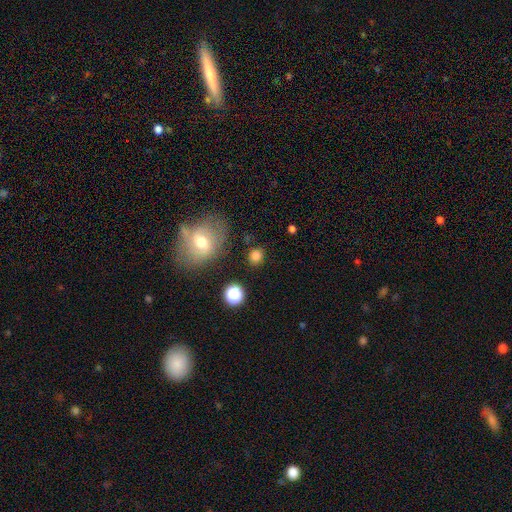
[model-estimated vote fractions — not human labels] A smooth galaxy with no disk features (79%) that is round (80%).

Vote fractions:
- Smooth or featured? smooth: 79% / star or artifact: 14% / featured or disk: 7%
- How rounded? round: 80% / in between: 18% / cigar-shaped: 1%
- Merging? none: 83% / minor disturbance: 10% / major disturbance: 4% / merger: 3%